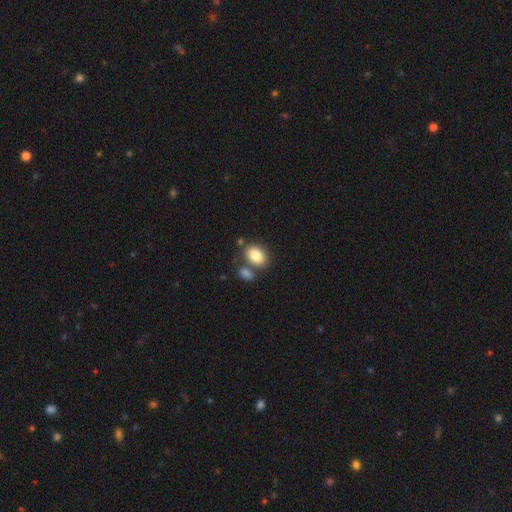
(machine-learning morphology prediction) smooth-or-featured: smooth: 84% | featured or disk: 8% | star or artifact: 8%
  how-rounded: in between: 75% | round: 24% | cigar-shaped: 1%
  merging: none: 62% | merger: 22% | minor disturbance: 12% | major disturbance: 4%